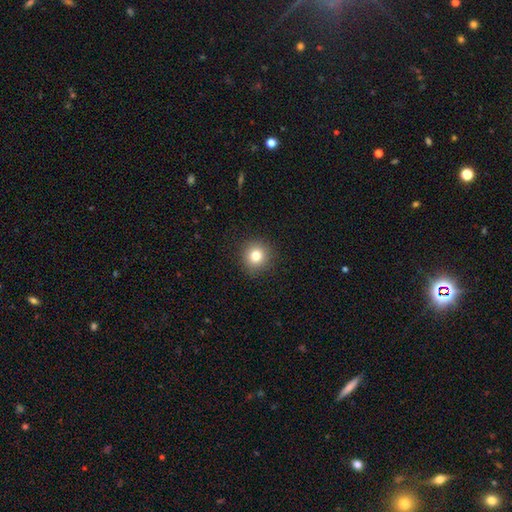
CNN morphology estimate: Smooth or featured? smooth (81%)
How rounded? round (92%)
Merging? none (91%)